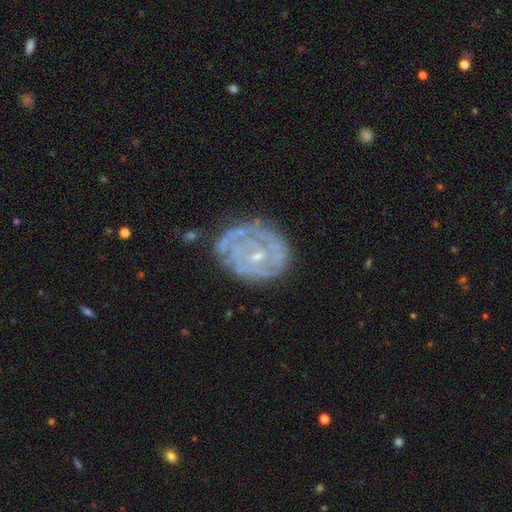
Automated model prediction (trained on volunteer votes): The model was most divided on "spiral arm count" (2-way tie): 2: 31%, can't tell: 31%, 3: 20%, 4: 8%, 1: 5%, more than 4: 5%. Remaining: edge-on disk — no (97%); spiral arms — yes (92%); smooth or featured — featured or disk (83%); spiral winding — tight (74%); bulge size — small (73%); merging — none (66%); bar — no (48%).